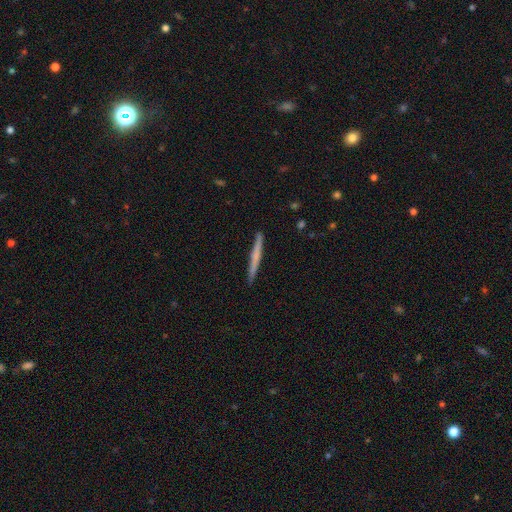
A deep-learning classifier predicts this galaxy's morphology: This is possibly a smooth galaxy (49%). Merging: clearly none (91%).